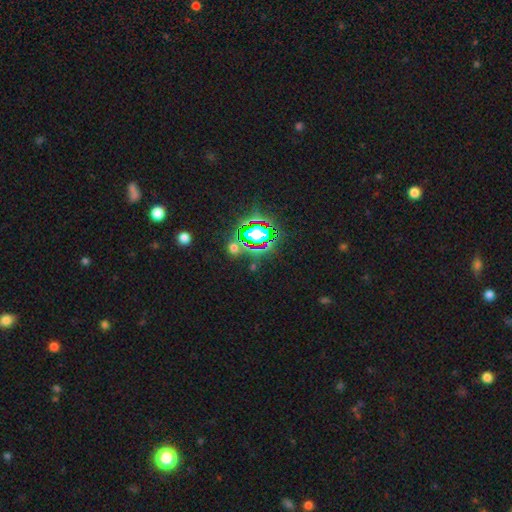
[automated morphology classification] This appears to be a star or artifact, not a galaxy (81%).